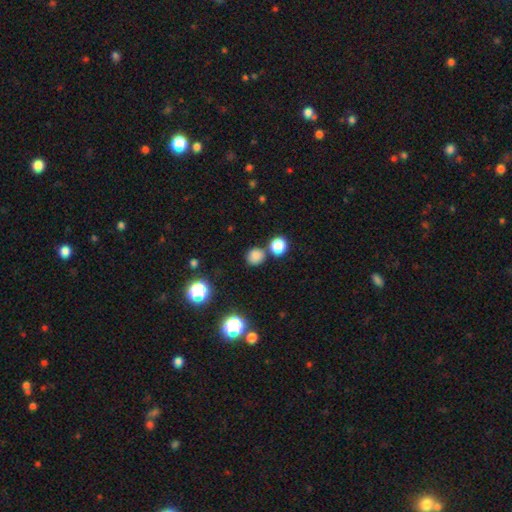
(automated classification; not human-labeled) Smooth or featured? smooth (80%)
How rounded? round (84%)
Merging? none (73%)